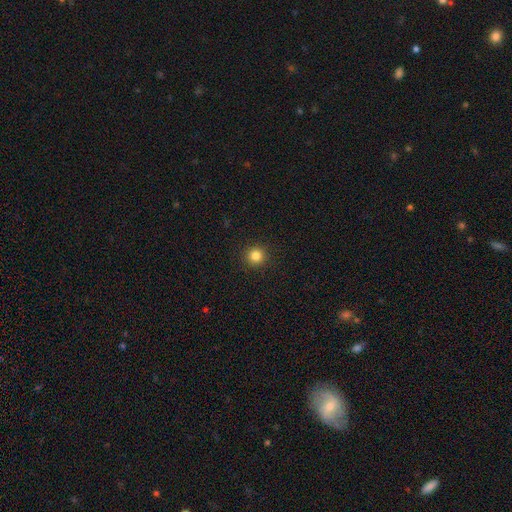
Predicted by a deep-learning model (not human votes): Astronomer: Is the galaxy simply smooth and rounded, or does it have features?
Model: smooth — 83%.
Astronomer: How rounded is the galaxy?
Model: round — 95%.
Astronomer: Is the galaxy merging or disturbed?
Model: none — 93%.